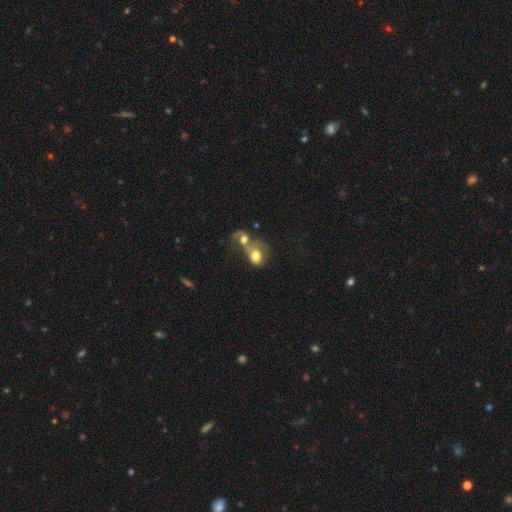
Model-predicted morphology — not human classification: A smooth galaxy with no disk features (62%) that is in between round and cigar-shaped (57%). Merging: merger (76%).